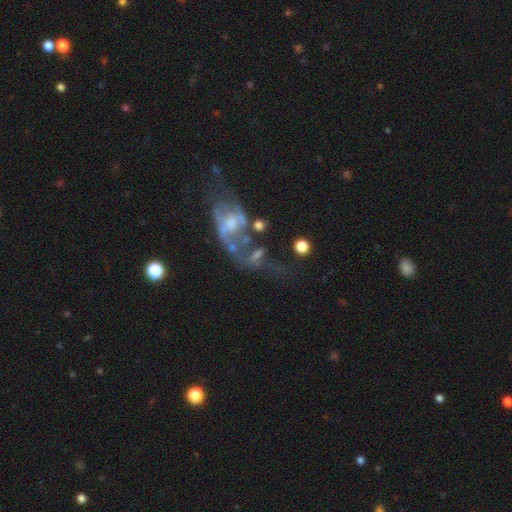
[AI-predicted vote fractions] Overall: featured or disk (65%). Edge-on disk: no (94%). Bar: no (61%; weak 30%). Spiral arms: yes (55%; no 45%). Bulge size: moderate (36%; small 33%). Merging: major disturbance (37%; merger 28%).